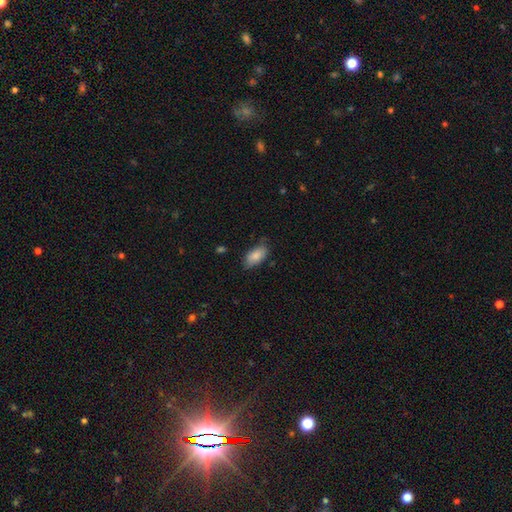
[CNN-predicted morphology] Overall: smooth (83%). How rounded: in between (92%). Merging: none (71%).